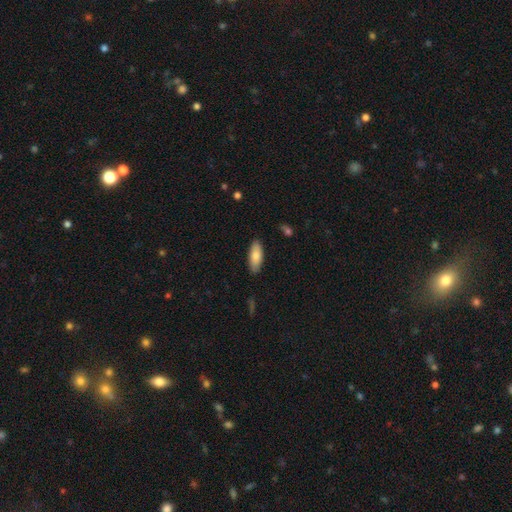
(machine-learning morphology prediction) This appears to be a smooth galaxy with no disk features (81%) that is in between round and cigar-shaped (75%). Merging: none (87%).